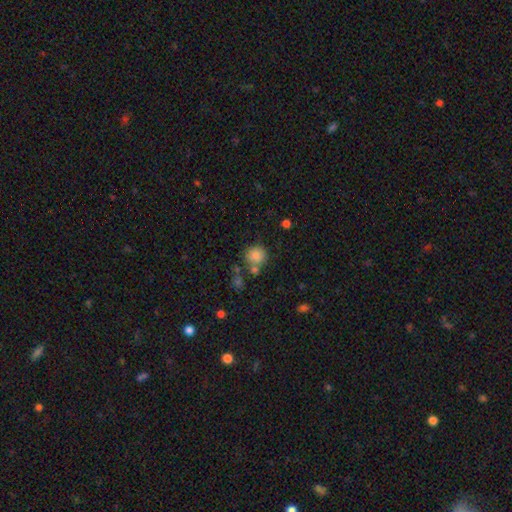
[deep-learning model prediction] Smooth or featured: smooth — 83% (star or artifact — 11%)
How rounded: round — 88% (in between — 11%)
Merging: none — 68% (merger — 16%)